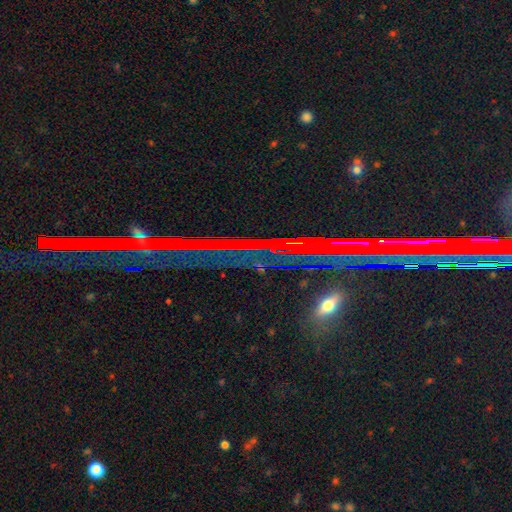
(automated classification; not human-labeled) Smooth or featured? star or artifact (80%)